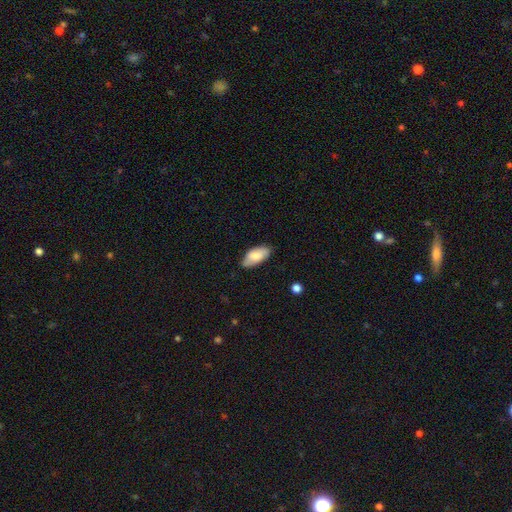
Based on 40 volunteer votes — smooth 60%, featured or disk 30%, star or artifact 10%. Down the decision tree: how rounded — in between (92%); merging — none (83%).